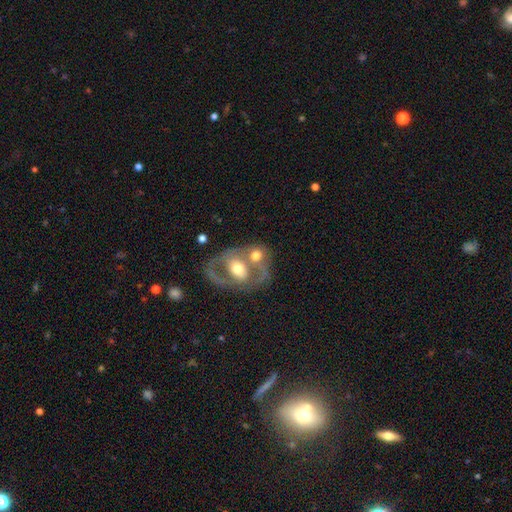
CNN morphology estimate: This is possibly a featured or disk galaxy (53%). It is clearly not viewed edge-on (94%). Bar: likely no (68%). Spiral arm pattern: likely no (64%). Central bulge: likely moderate (66%). Merging: possibly merger (45%).